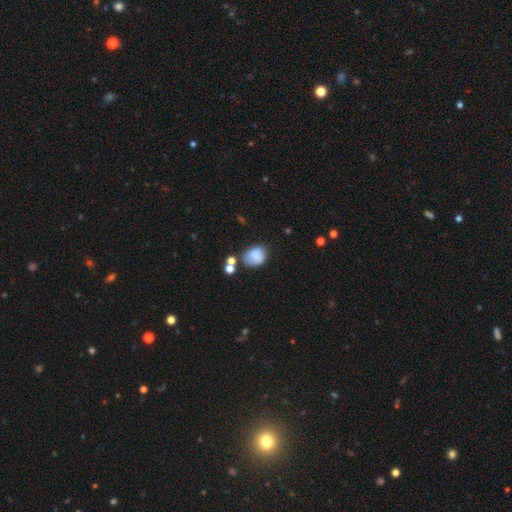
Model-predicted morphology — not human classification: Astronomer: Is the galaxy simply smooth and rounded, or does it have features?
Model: smooth — 79%.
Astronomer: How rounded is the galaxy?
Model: in between — 50% (runner-up: round, 49%).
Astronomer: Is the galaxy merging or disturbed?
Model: none — 54%.